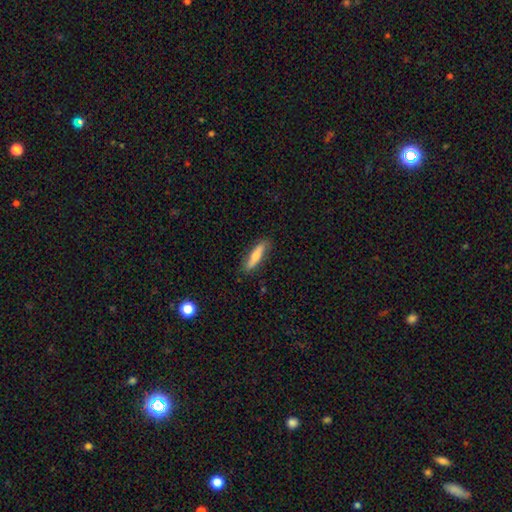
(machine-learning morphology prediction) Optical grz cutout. It shows a smooth galaxy with no disk features (70%) that is cigar-shaped (74%). Merging: none (83%).